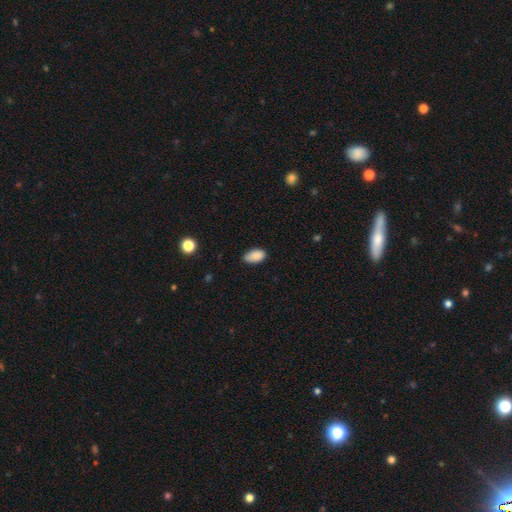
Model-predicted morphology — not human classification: This is clearly a smooth galaxy (88%). How rounded: clearly in between (93%). Merging: likely none (70%).